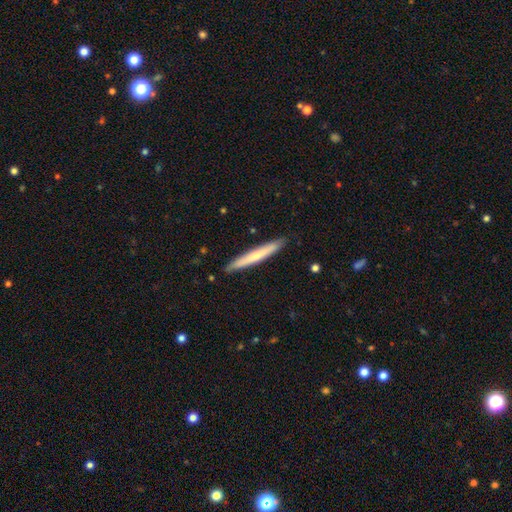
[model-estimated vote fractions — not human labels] Smooth or featured? Predicted: smooth (p=0.54). How rounded? Predicted: cigar-shaped (p=0.96). Merging? Predicted: none (p=0.89).